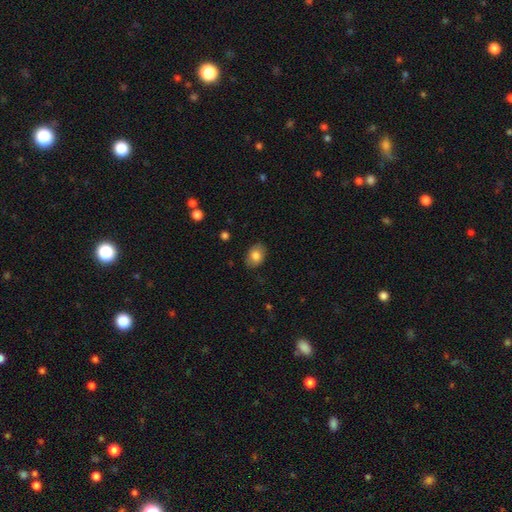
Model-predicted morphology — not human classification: This is clearly a smooth galaxy (81%). How rounded: likely in between (71%). Merging: clearly none (84%).